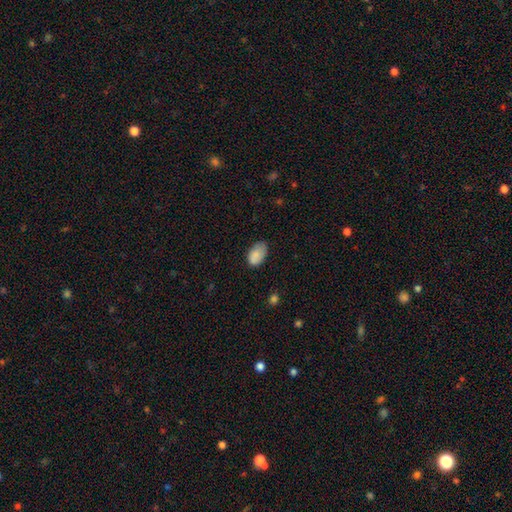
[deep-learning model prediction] Q: Smooth or featured?
A: smooth (86%); runner-up: star or artifact (7%)
Q: How rounded?
A: in between (92%); runner-up: round (7%)
Q: Merging?
A: none (64%); runner-up: minor disturbance (28%)